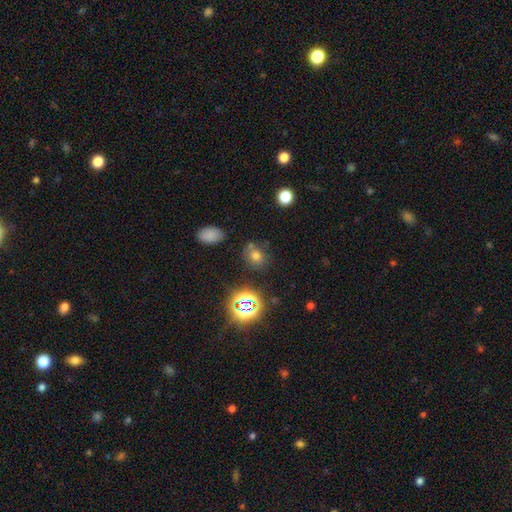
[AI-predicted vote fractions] A smooth galaxy with no disk features (64%) that is round (60%). Merging: none (72%).